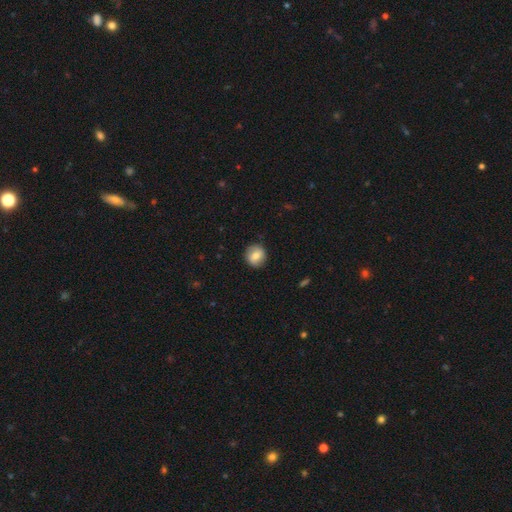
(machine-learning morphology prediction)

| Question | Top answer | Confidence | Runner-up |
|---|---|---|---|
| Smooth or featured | smooth | 73% | featured or disk (19%) |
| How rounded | round | 87% | in between (12%) |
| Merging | none | 88% | minor disturbance (9%) |